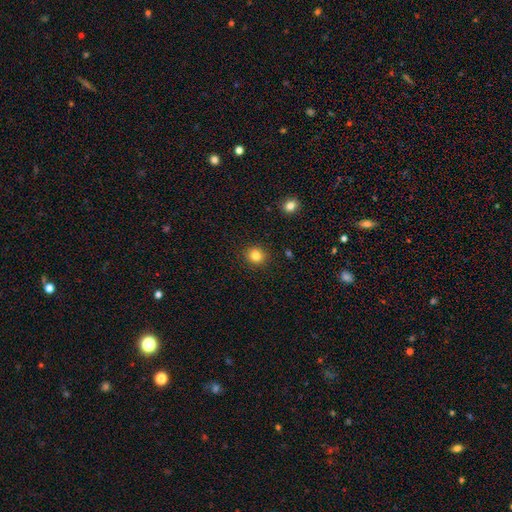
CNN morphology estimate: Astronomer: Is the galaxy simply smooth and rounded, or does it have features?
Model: smooth — 83%.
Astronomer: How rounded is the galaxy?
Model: round — 82%.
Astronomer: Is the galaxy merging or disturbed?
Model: none — 91%.